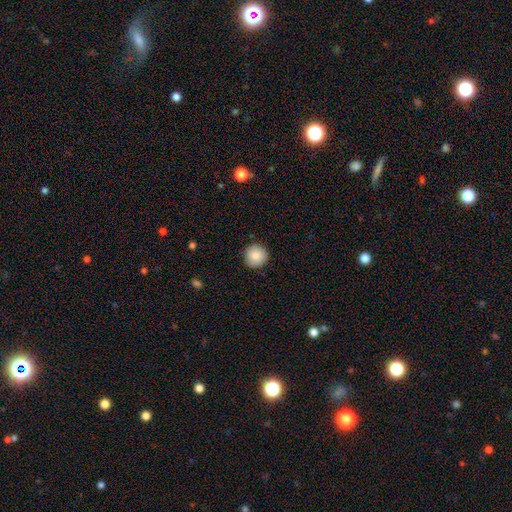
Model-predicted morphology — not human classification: A smooth galaxy with no disk features (85%) that is round (95%). Merging: none (90%).